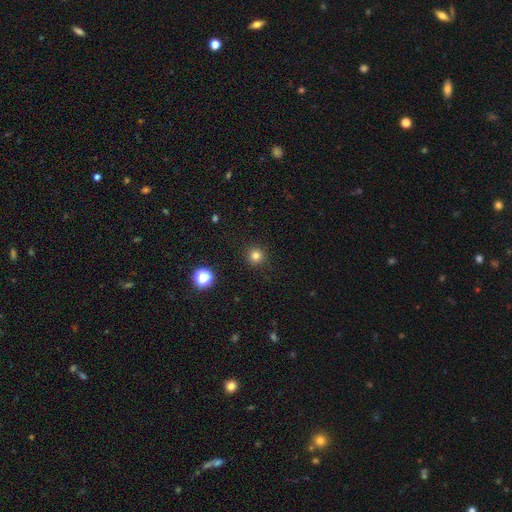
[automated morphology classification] Overall: smooth (81%). How rounded: round (95%). Merging: none (91%).